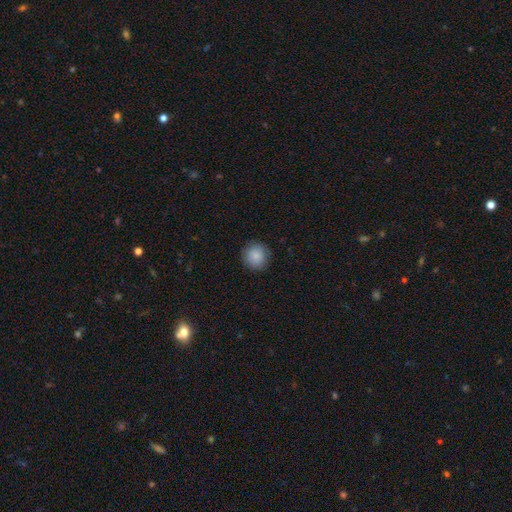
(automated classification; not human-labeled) smooth_or_featured: smooth (p=0.88) [alt: star or artifact p=0.08]
how_rounded: round (p=0.92) [alt: in between p=0.07]
merging: none (p=0.89) [alt: minor disturbance p=0.08]